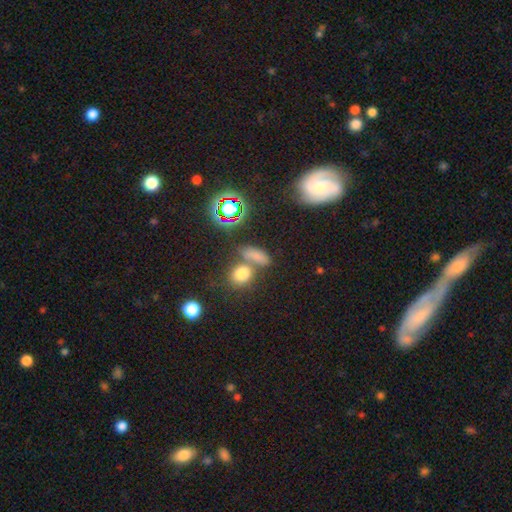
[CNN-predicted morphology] smooth-or-featured: smooth: 68% | star or artifact: 24% | featured or disk: 8%
  how-rounded: in between: 58% | round: 29% | cigar-shaped: 12%
  merging: none: 54% | merger: 30% | minor disturbance: 10% | major disturbance: 6%